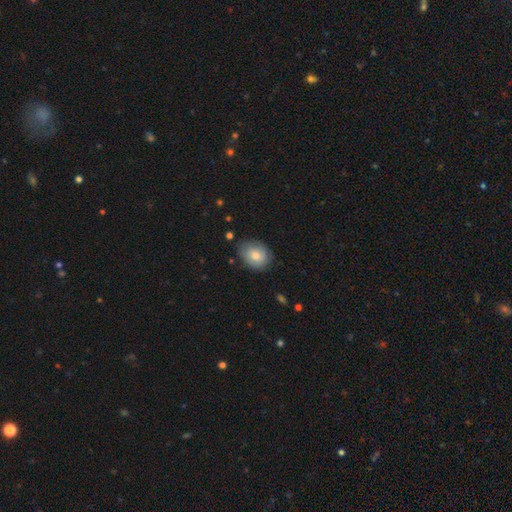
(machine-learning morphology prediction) Q: Smooth or featured?
A: smooth (80%); runner-up: featured or disk (13%)
Q: How rounded?
A: in between (63%); runner-up: round (36%)
Q: Merging?
A: none (75%); runner-up: minor disturbance (20%)